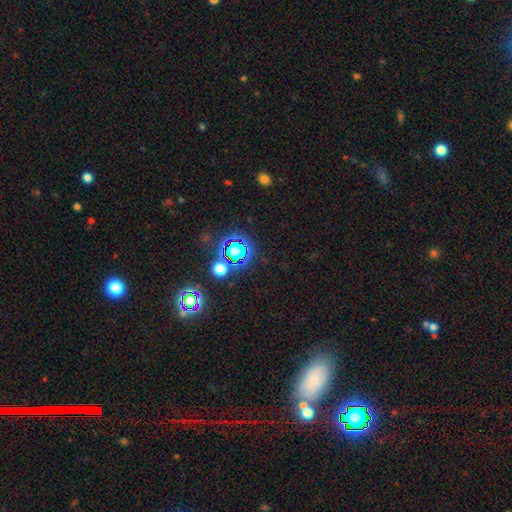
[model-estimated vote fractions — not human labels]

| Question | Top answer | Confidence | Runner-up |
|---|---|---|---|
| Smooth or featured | star or artifact | 72% | smooth (18%) |